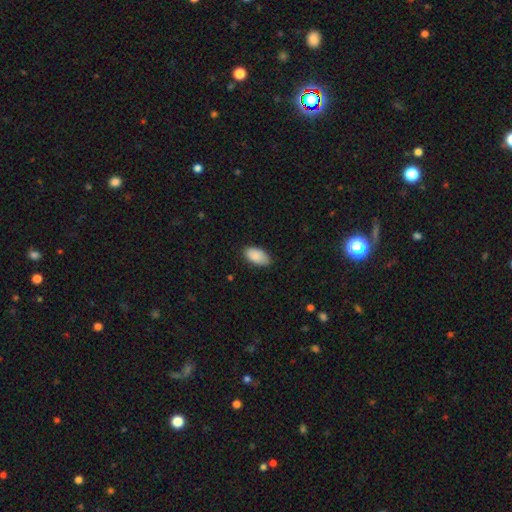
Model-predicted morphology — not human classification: smooth-or-featured: smooth: 89% | star or artifact: 6% | featured or disk: 5%
  how-rounded: in between: 95% | round: 3% | cigar-shaped: 2%
  merging: none: 82% | minor disturbance: 15% | major disturbance: 2% | merger: 1%